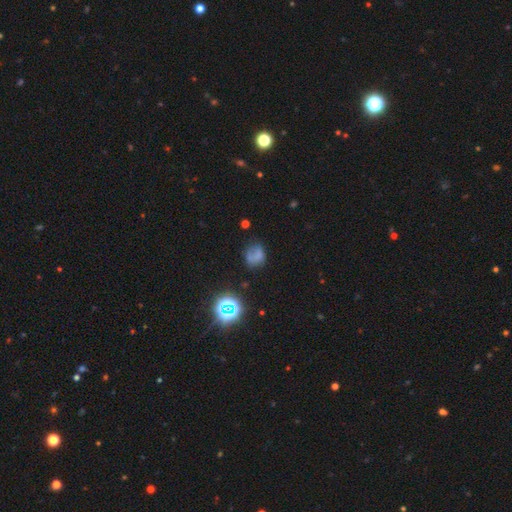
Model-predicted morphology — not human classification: Q: Smooth or featured?
A: smooth (54%); runner-up: featured or disk (24%)
Q: How rounded?
A: round (56%); runner-up: in between (43%)
Q: Merging?
A: none (45%); runner-up: minor disturbance (26%)